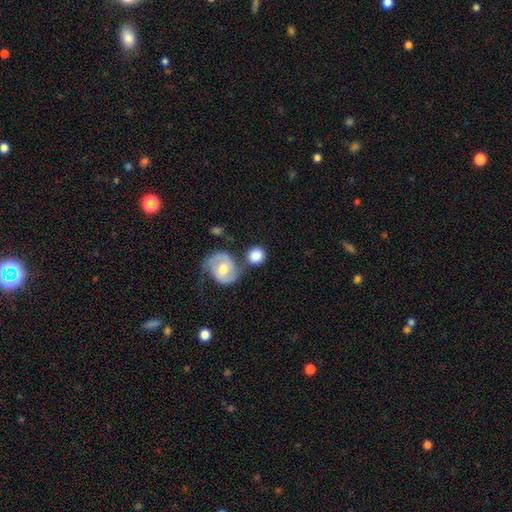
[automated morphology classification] type=smooth (78%); roundness=round (88%); merging=none (60%).